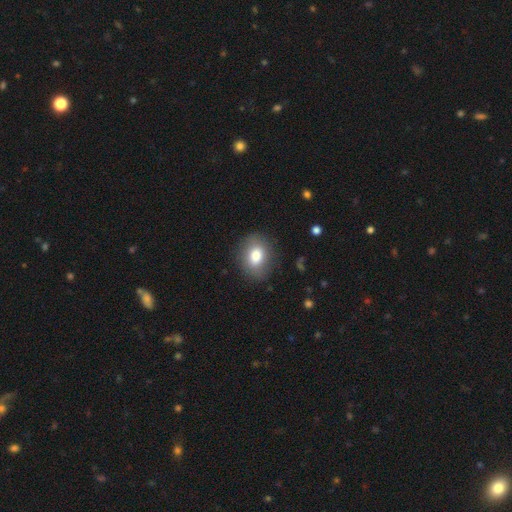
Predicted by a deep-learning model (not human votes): A smooth galaxy with no disk features (79%) that is in between round and cigar-shaped (61%). Merging: none (84%).